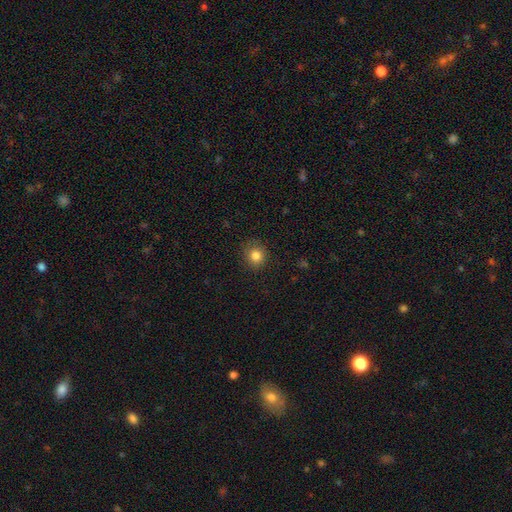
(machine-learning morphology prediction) smooth_or_featured: smooth (p=0.83) [alt: star or artifact p=0.11]
how_rounded: round (p=0.87) [alt: in between p=0.12]
merging: none (p=0.86) [alt: minor disturbance p=0.10]